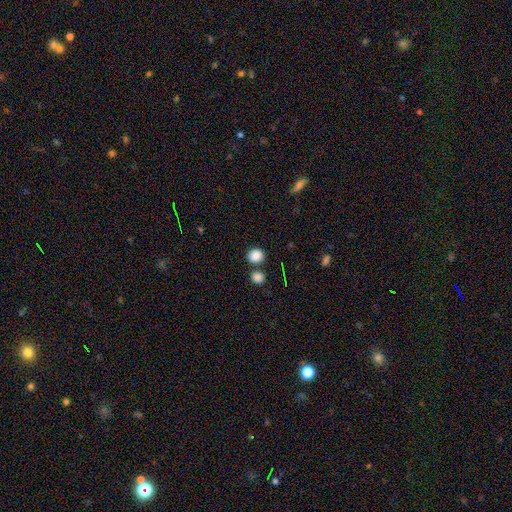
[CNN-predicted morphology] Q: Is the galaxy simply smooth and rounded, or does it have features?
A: smooth — 86%.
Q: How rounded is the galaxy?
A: round — 81%.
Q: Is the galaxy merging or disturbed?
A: none — 74%.